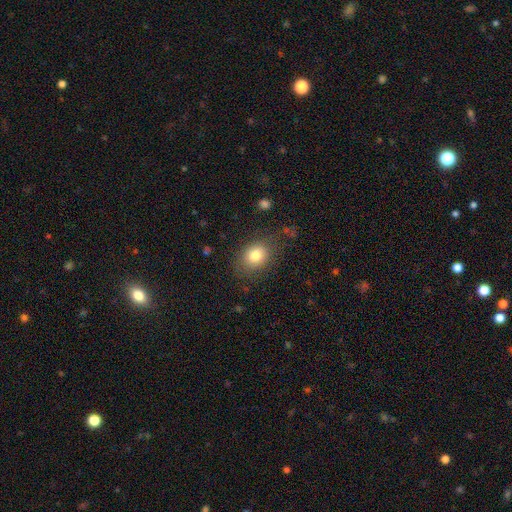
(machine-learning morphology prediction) smooth 80%, featured or disk 10%, star or artifact 10%. Down the decision tree: how rounded — in between (61%); merging — none (76%).